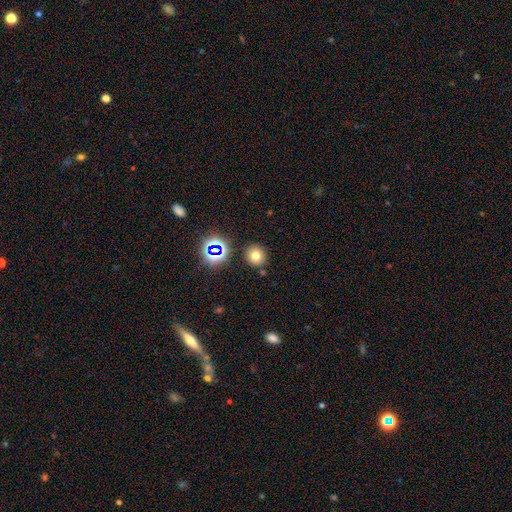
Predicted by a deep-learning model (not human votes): Overall: smooth (70%). How rounded: round (89%). Merging: none (86%).